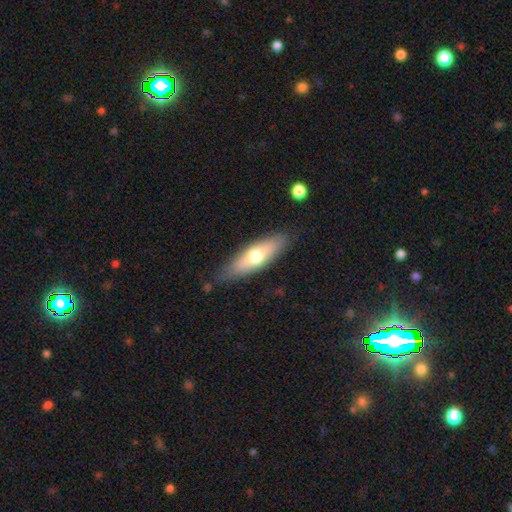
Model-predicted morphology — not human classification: smooth-or-featured: smooth: 59% | featured or disk: 35% | star or artifact: 6%
  how-rounded: cigar-shaped: 55% | in between: 43% | round: 2%
  merging: none: 82% | minor disturbance: 13% | major disturbance: 3% | merger: 2%